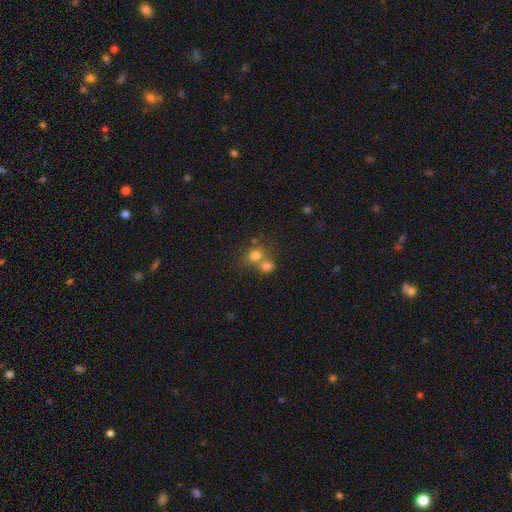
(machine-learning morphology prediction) Smooth or featured? Predicted: smooth (p=0.74). How rounded? Predicted: round (p=0.75). Merging? Predicted: merger (p=0.53).